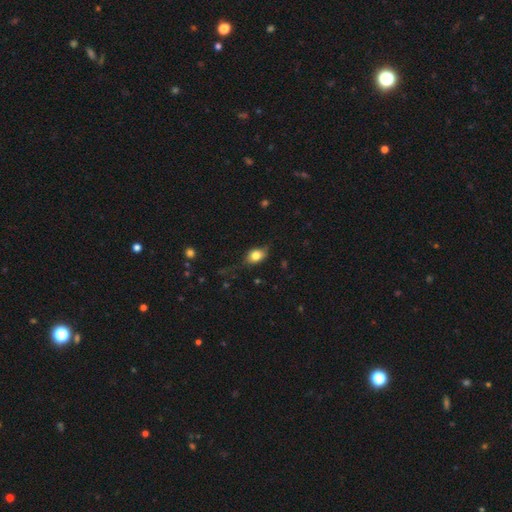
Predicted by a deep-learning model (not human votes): Smooth or featured? smooth (78%)
How rounded? in between (73%)
Merging? none (65%)